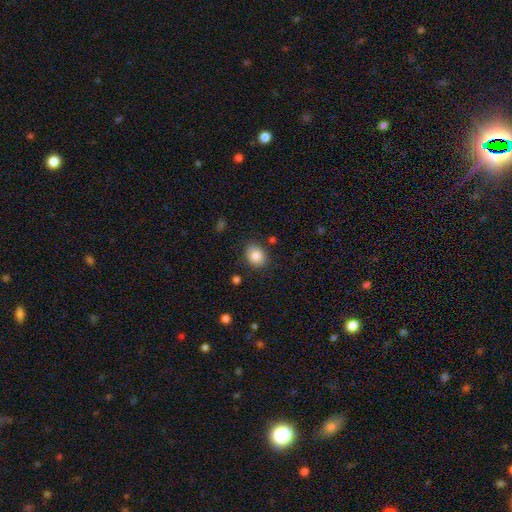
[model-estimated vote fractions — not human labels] The model was most divided on "how rounded": round: 56%, in between: 43%, cigar-shaped: 1%. More confident: smooth or featured — smooth (86%); merging — none (82%).